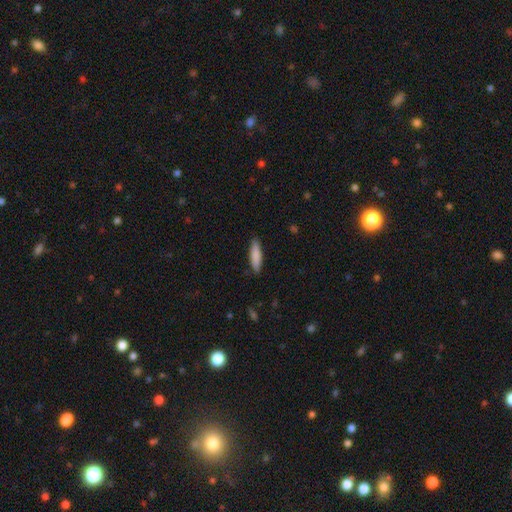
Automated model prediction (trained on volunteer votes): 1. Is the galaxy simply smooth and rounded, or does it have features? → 86% smooth, 8% featured or disk, 5% star or artifact.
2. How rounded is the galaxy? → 70% cigar-shaped, 28% in between, 1% round.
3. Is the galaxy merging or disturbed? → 88% none, 9% minor disturbance, 2% major disturbance, 1% merger.